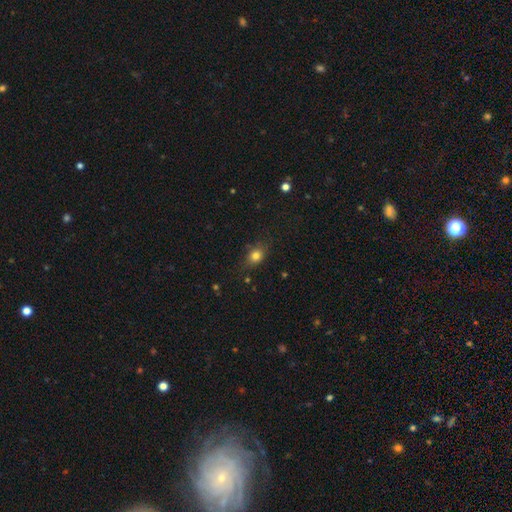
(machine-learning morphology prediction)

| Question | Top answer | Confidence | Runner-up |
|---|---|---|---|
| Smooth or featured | smooth | 79% | star or artifact (12%) |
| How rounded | in between | 59% | round (39%) |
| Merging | none | 76% | minor disturbance (18%) |